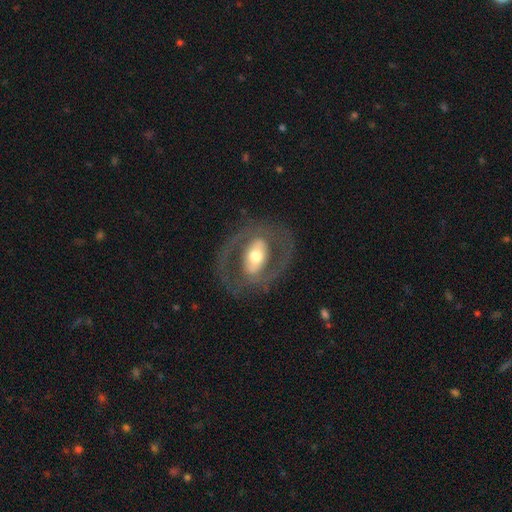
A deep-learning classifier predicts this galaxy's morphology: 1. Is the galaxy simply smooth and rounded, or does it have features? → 78% featured or disk, 16% smooth, 6% star or artifact.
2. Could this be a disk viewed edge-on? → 93% no, 7% yes.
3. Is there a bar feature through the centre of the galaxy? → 41% strong, 30% weak, 30% no.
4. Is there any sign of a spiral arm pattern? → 56% yes, 44% no.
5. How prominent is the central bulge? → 61% moderate, 21% small, 15% large, 2% dominant, 1% none.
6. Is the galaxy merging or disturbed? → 78% none, 11% minor disturbance, 9% major disturbance, 1% merger.